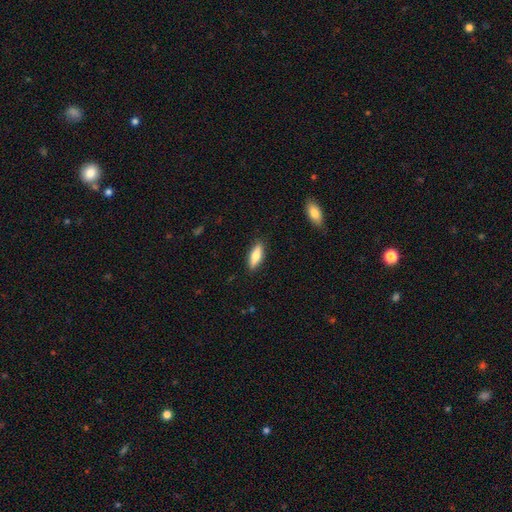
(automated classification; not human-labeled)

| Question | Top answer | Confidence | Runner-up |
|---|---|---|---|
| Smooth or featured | smooth | 71% | featured or disk (24%) |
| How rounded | in between | 54% | cigar-shaped (44%) |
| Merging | none | 88% | minor disturbance (9%) |